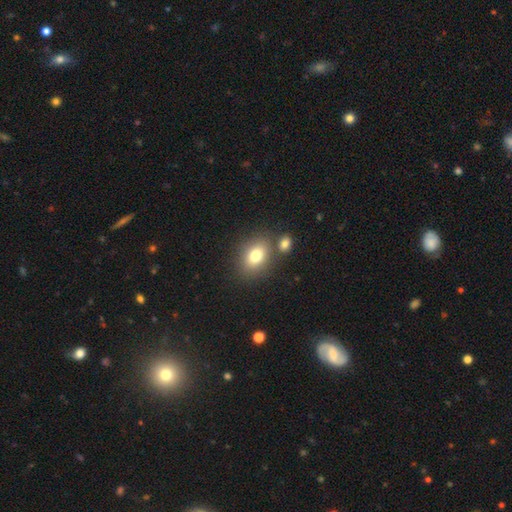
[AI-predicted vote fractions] Smooth or featured? Predicted: smooth (p=0.78). How rounded? Predicted: in between (p=0.71). Merging? Predicted: none (p=0.68).